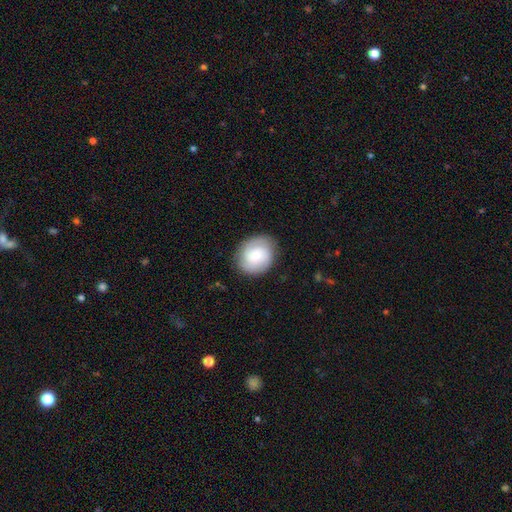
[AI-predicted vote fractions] A featured or disk galaxy (57%) with no bar (70%), spiral arms (88%) and a small central bulge (48%). Merging: none (84%).